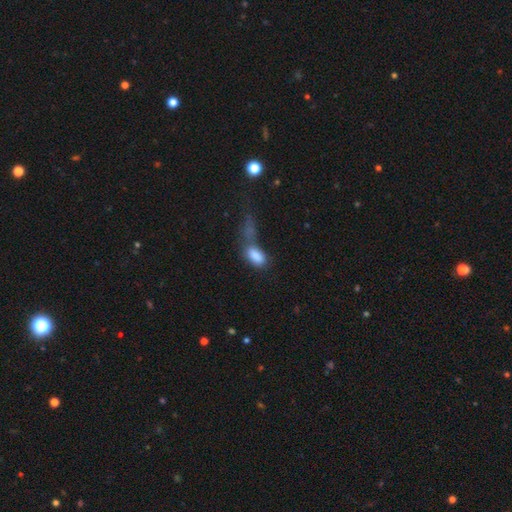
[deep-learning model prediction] Q: Smooth or featured?
A: smooth (83%); runner-up: star or artifact (9%)
Q: How rounded?
A: in between (89%); runner-up: cigar-shaped (6%)
Q: Merging?
A: merger (36%); runner-up: none (28%)